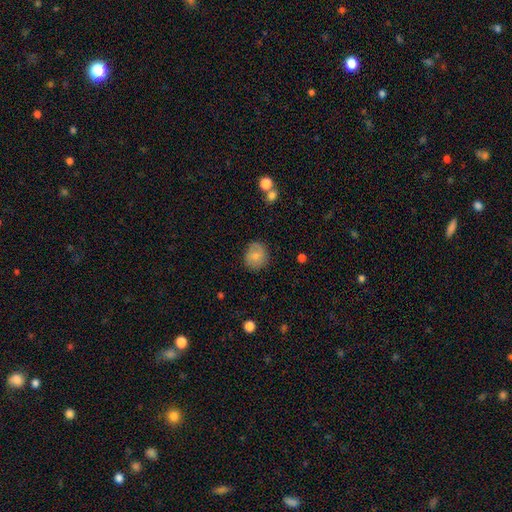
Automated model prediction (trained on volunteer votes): Smooth or featured? smooth (72%)
How rounded? round (80%)
Merging? none (77%)